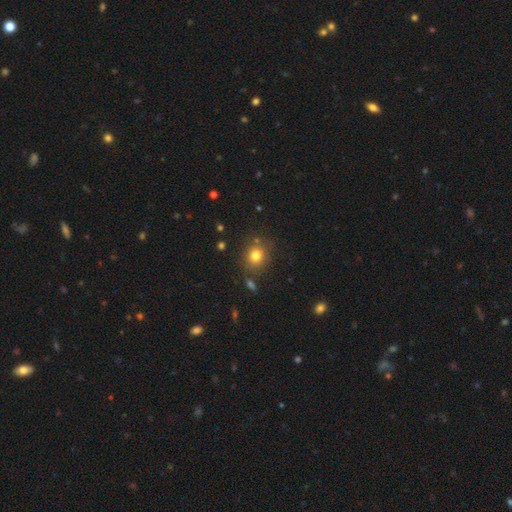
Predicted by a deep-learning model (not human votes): smooth_or_featured: smooth (p=0.78) [alt: star or artifact p=0.13]
how_rounded: round (p=0.80) [alt: in between p=0.19]
merging: none (p=0.79) [alt: minor disturbance p=0.12]